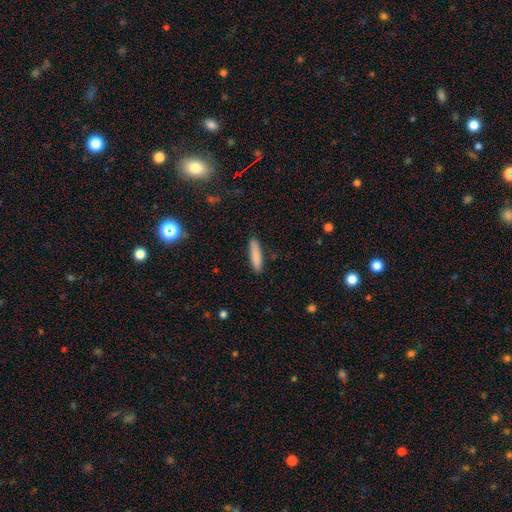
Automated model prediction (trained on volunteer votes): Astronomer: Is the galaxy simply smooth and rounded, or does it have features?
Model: smooth — 86%.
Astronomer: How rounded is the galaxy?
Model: cigar-shaped — 79%.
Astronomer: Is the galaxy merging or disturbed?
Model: none — 88%.